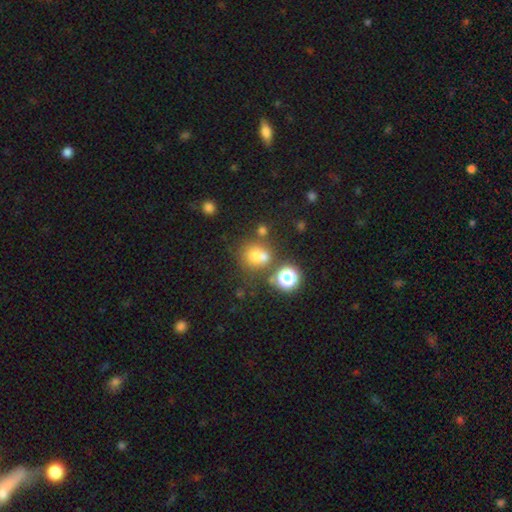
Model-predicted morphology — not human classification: This appears to be a smooth galaxy with no disk features (67%) that is round (82%). Merging: none (51%).